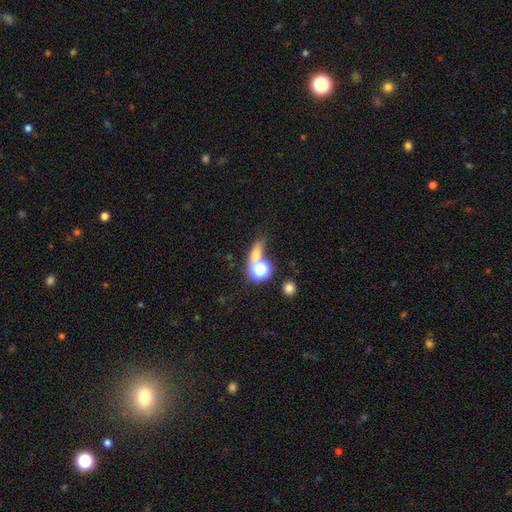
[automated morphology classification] This appears to be a smooth galaxy with no disk features (59%) that is round (44%, tied with in between). Merging: none (51%).